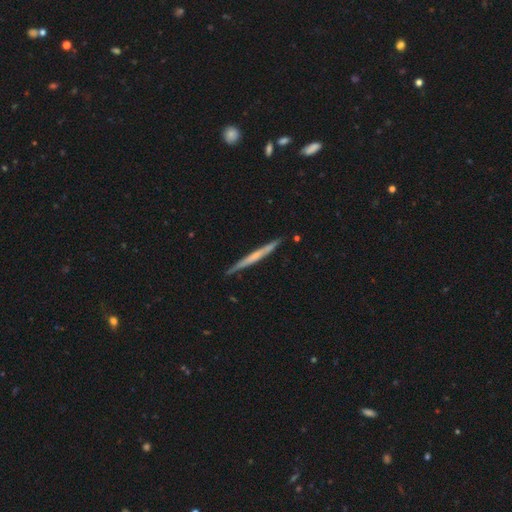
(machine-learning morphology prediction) This appears to be a featured or disk galaxy (57%) viewed edge-on (97%) with no central bulge (71%). Merging: none (88%).